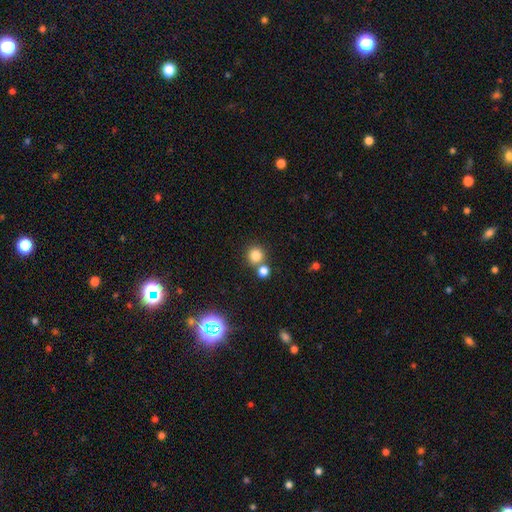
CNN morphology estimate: Smooth or featured? smooth (81%)
How rounded? round (91%)
Merging? none (66%)